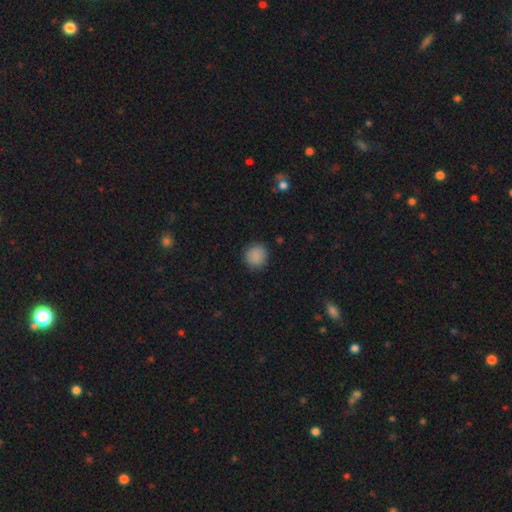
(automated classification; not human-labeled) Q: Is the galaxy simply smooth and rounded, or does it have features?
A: smooth — 87%.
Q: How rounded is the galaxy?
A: round — 93%.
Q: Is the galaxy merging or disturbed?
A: none — 90%.